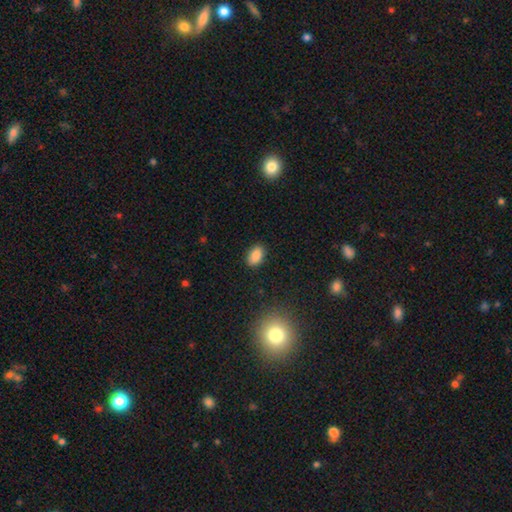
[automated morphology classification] Smooth or featured: smooth — 86% (star or artifact — 9%)
How rounded: in between — 89% (round — 10%)
Merging: none — 86% (minor disturbance — 10%)